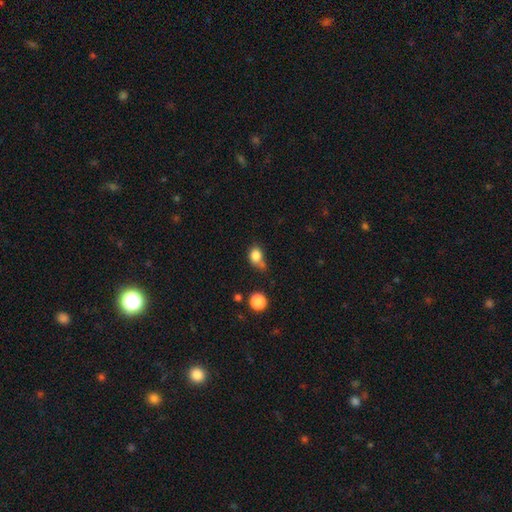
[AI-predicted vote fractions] Q: Smooth or featured?
A: smooth (81%); runner-up: star or artifact (12%)
Q: How rounded?
A: round (58%); runner-up: in between (41%)
Q: Merging?
A: none (44%); runner-up: minor disturbance (25%)